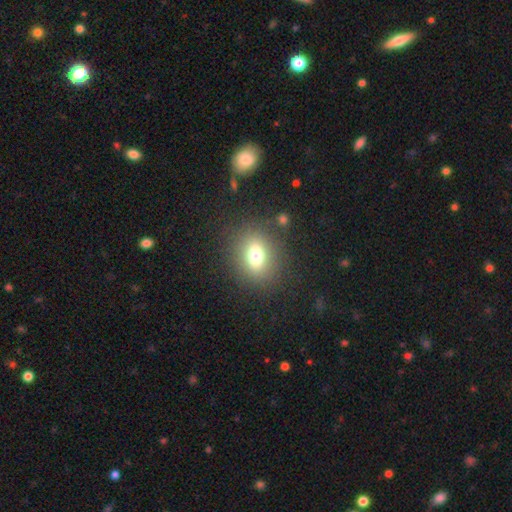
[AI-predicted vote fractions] This is likely a smooth galaxy (70%). How rounded: possibly in between (50%). Merging: clearly none (84%).